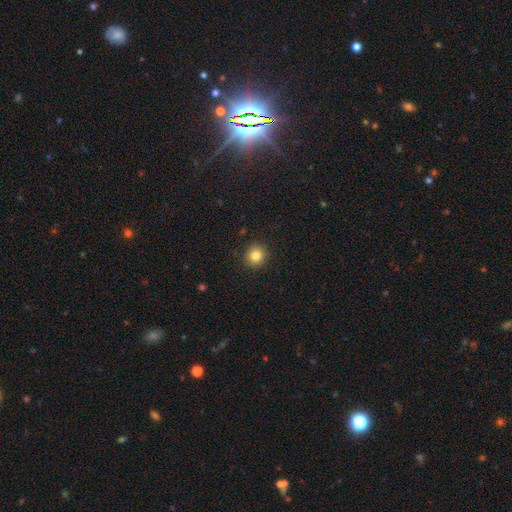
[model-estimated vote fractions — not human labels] smooth 84%, star or artifact 10%, featured or disk 6%. Down the decision tree: how rounded — round (89%); merging — none (91%).